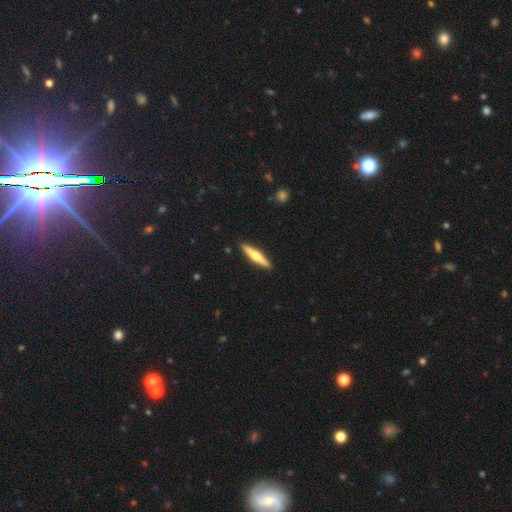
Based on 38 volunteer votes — Smooth or featured? 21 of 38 (55%) said featured or disk. Edge-on disk? 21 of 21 (100%) said yes. Edge-on bulge? 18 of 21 (86%) said rounded. Merging? 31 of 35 (89%) said none.